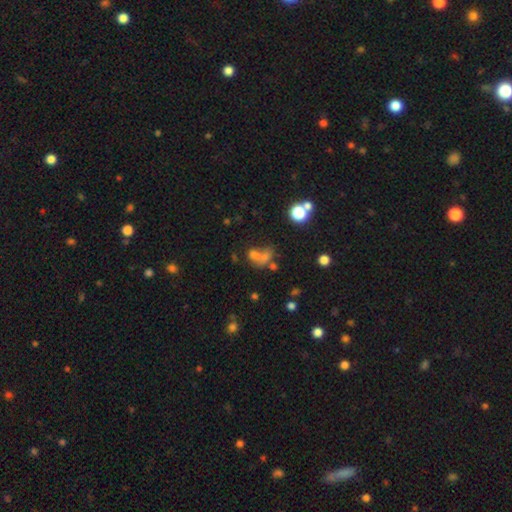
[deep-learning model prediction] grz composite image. It shows a smooth galaxy with no disk features (55%) that is in between round and cigar-shaped (57%). Merging: merger (48%).